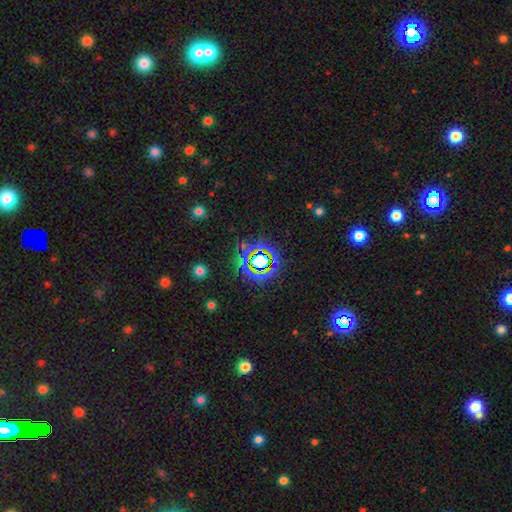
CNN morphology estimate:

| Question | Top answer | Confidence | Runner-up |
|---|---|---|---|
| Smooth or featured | star or artifact | 72% | smooth (17%) |